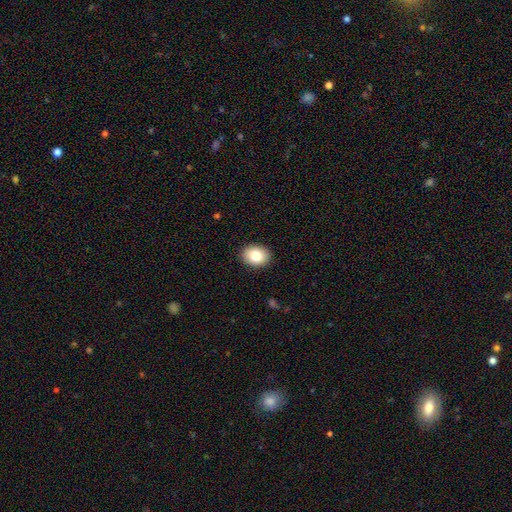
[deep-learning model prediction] smooth_or_featured: smooth (p=0.83) [alt: featured or disk p=0.09]
how_rounded: in between (p=0.58) [alt: round p=0.41]
merging: none (p=0.90) [alt: minor disturbance p=0.07]